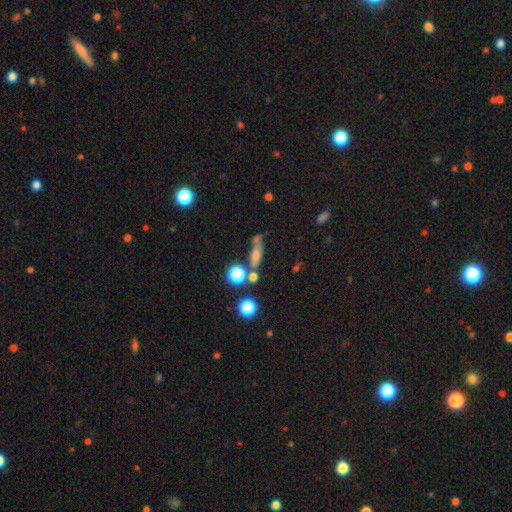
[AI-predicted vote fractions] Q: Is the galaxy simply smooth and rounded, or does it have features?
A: smooth — 61%.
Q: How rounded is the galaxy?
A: cigar-shaped — 43%.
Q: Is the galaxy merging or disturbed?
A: none — 56%.